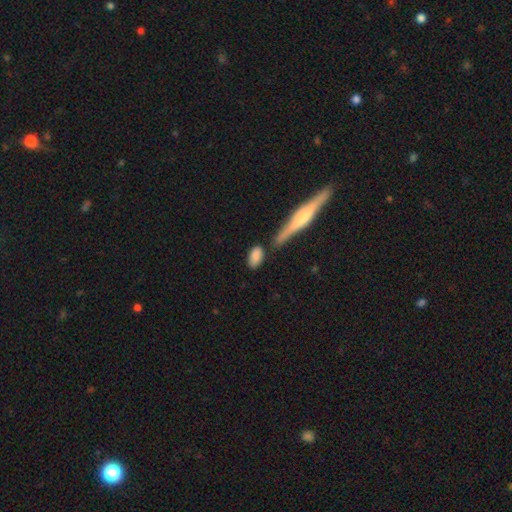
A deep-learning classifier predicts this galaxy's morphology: The model was most divided on "merging": none: 66%, minor disturbance: 15%, merger: 13%, major disturbance: 6%. More confident: how rounded — in between (88%); smooth or featured — smooth (84%).